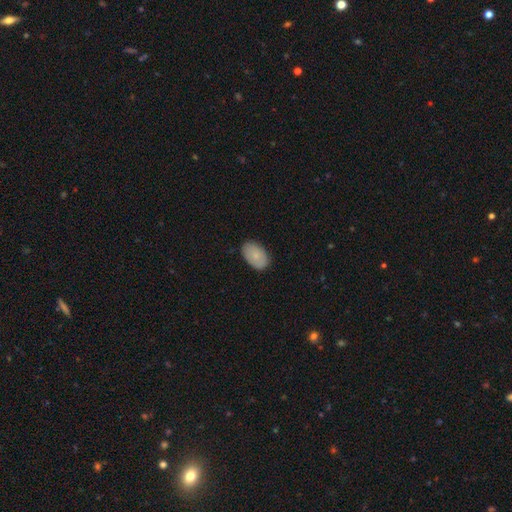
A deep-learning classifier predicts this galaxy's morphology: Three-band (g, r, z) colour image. It shows a smooth galaxy with no disk features (82%) that is in between round and cigar-shaped (90%). Merging: none (85%).